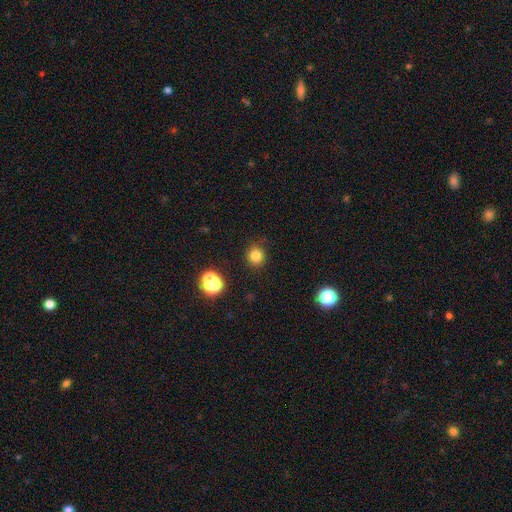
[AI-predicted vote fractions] The model was most divided on "smooth or featured": smooth: 80%, star or artifact: 14%, featured or disk: 5%. More confident: how rounded — round (88%); merging — none (87%).